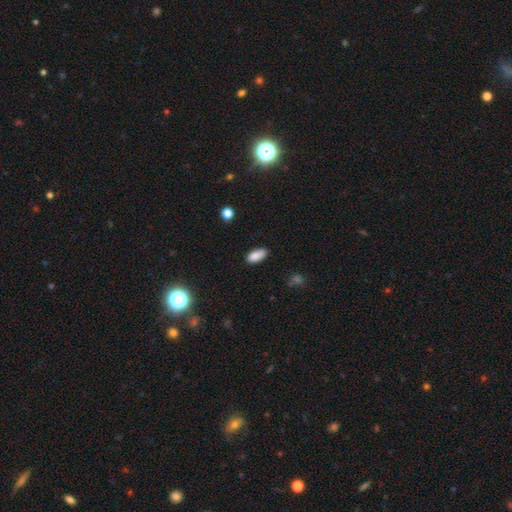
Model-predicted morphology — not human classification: Smooth or featured: smooth — 87% (star or artifact — 9%)
How rounded: in between — 89% (cigar-shaped — 8%)
Merging: none — 82% (minor disturbance — 14%)